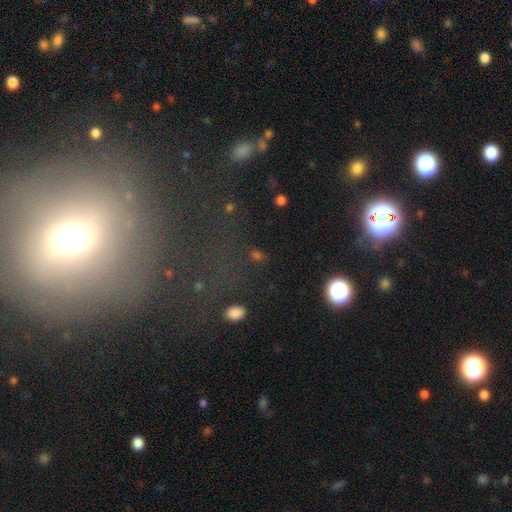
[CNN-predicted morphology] A star or artifact, not a galaxy (48%).